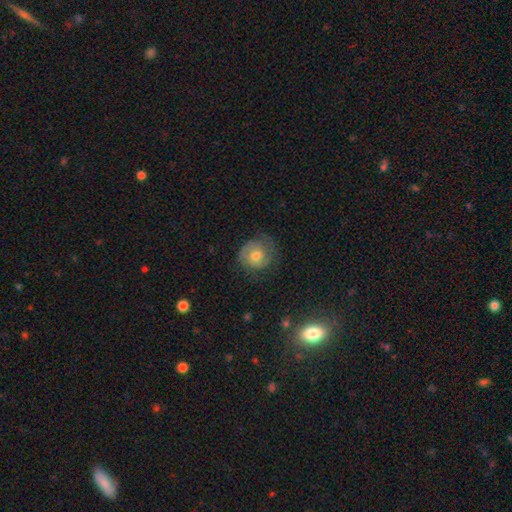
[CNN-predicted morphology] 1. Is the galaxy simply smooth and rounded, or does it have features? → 52% smooth, 40% featured or disk, 8% star or artifact.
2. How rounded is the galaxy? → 85% round, 14% in between, 1% cigar-shaped.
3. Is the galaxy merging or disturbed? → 63% none, 23% minor disturbance, 13% major disturbance, 1% merger.